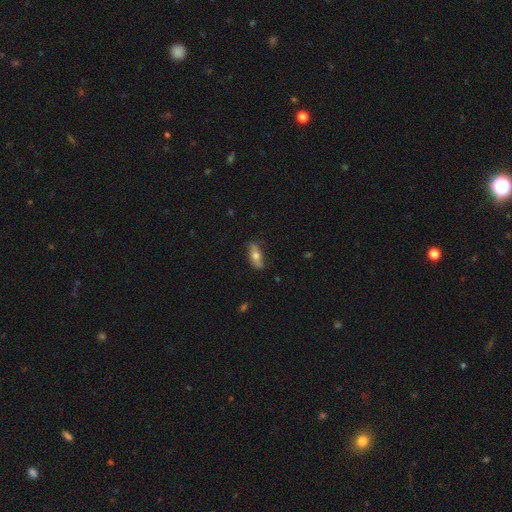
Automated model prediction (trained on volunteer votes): Smooth or featured? Predicted: smooth (p=0.57). How rounded? Predicted: in between (p=0.70). Merging? Predicted: none (p=0.79).